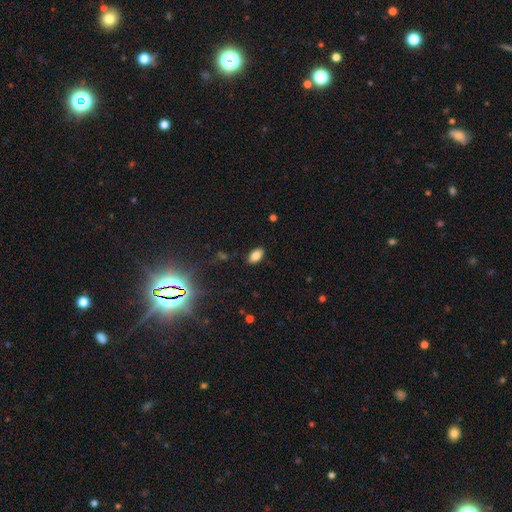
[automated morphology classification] Overall: smooth (80%). How rounded: in between (91%). Merging: none (87%).